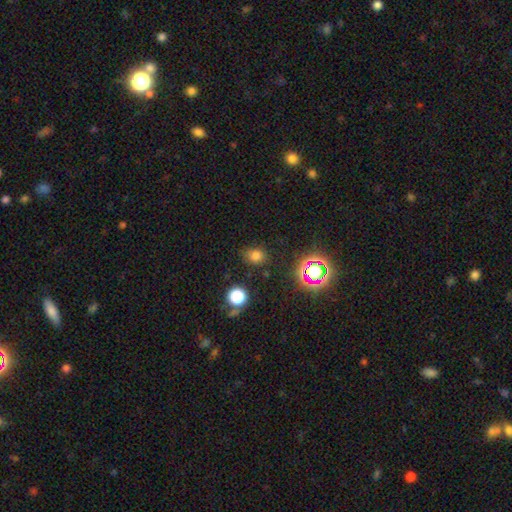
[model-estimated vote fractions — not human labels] This appears to be a smooth galaxy with no disk features (71%) that is round (67%). Merging: none (81%).